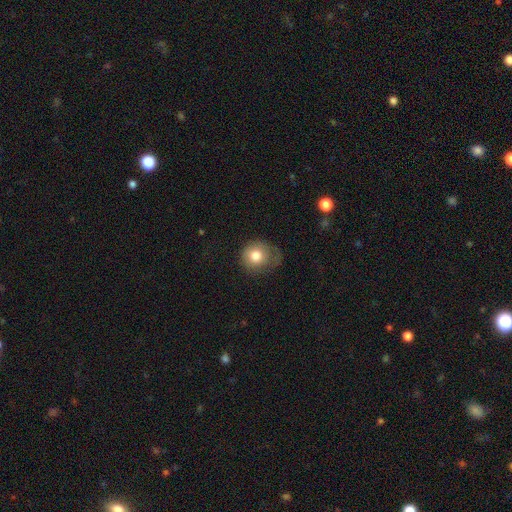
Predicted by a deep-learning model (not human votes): This is likely a smooth galaxy (78%). How rounded: clearly round (80%). Merging: possibly none (45%).